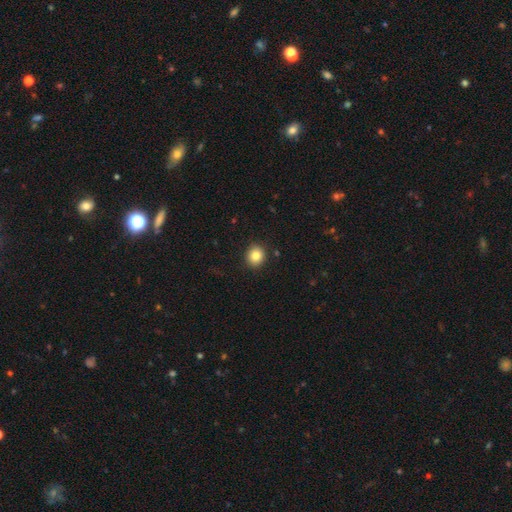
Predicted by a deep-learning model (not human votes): Smooth or featured?
  - smooth: 84% *
  - star or artifact: 10%
  - featured or disk: 6%
How rounded?
  - round: 83% *
  - in between: 16%
  - cigar-shaped: 1%
Merging?
  - none: 90% *
  - minor disturbance: 6%
  - major disturbance: 2%
  - merger: 1%